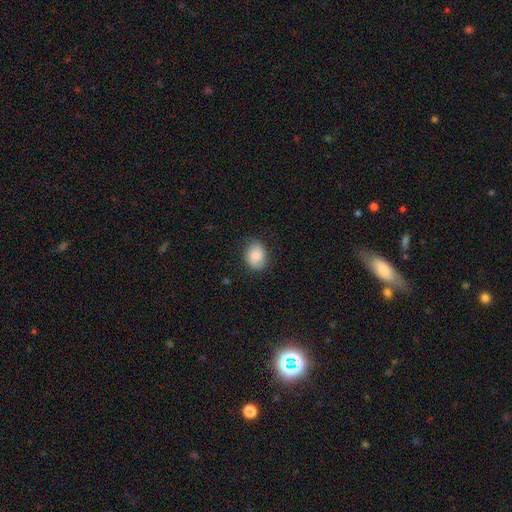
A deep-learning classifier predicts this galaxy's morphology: type=smooth (83%); roundness=in between (59%); merging=none (80%).